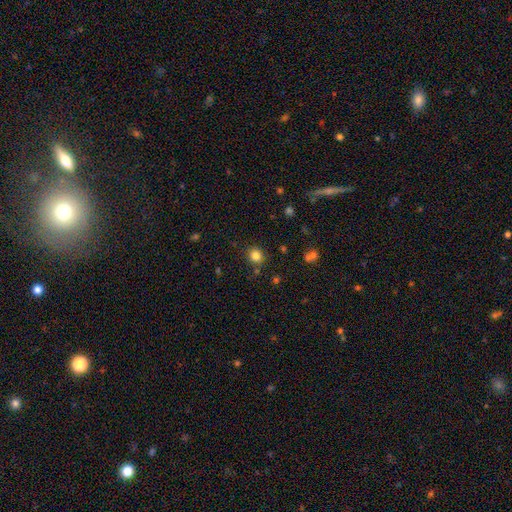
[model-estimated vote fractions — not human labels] A smooth galaxy with no disk features (82%) that is round (86%).

Vote fractions:
- Smooth or featured? smooth: 82% / star or artifact: 13% / featured or disk: 6%
- How rounded? round: 86% / in between: 14% / cigar-shaped: 1%
- Merging? none: 85% / minor disturbance: 8% / merger: 4% / major disturbance: 3%